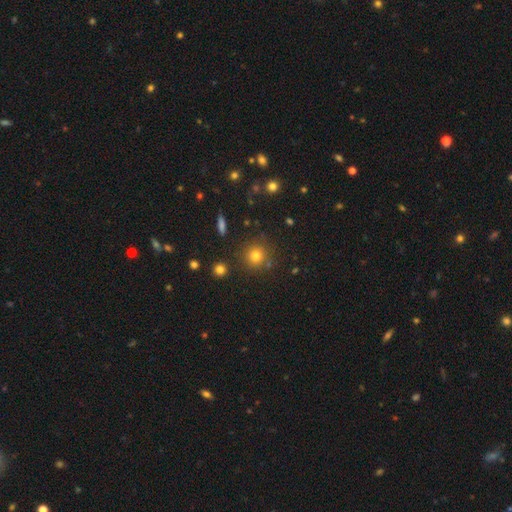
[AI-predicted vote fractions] Overall: smooth (77%). How rounded: round (91%). Merging: none (84%).